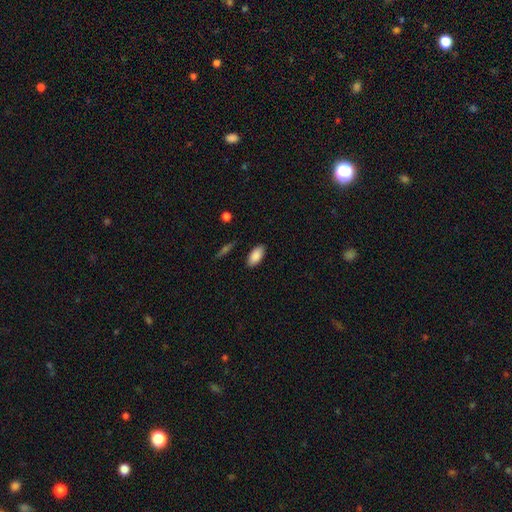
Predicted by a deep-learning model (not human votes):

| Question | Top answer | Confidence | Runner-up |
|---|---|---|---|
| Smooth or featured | smooth | 88% | star or artifact (7%) |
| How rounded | in between | 92% | cigar-shaped (6%) |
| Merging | none | 87% | minor disturbance (9%) |